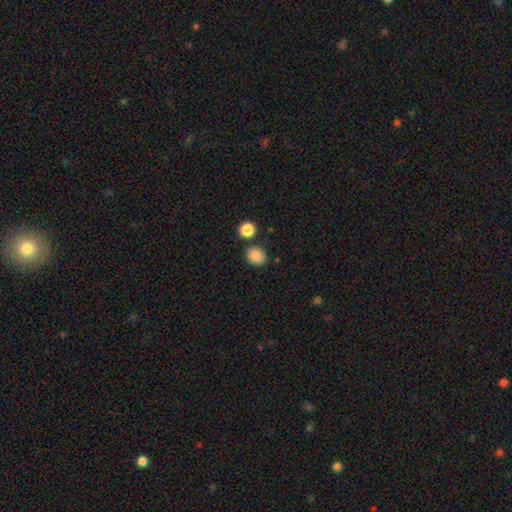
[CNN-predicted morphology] Overall: smooth (86%). How rounded: round (63%; in between 36%). Merging: none (79%).